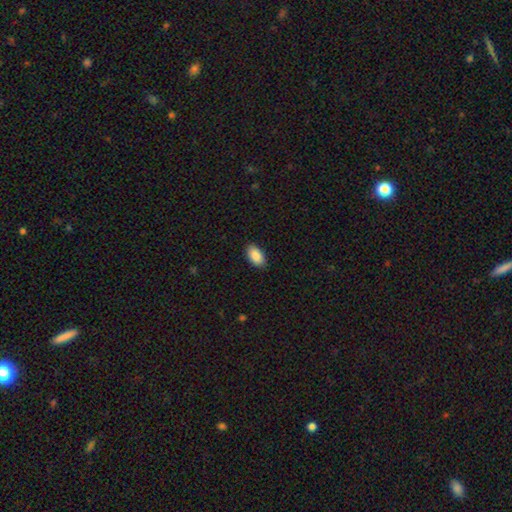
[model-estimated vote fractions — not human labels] This is clearly a smooth galaxy (90%). How rounded: clearly in between (95%). Merging: clearly none (89%).